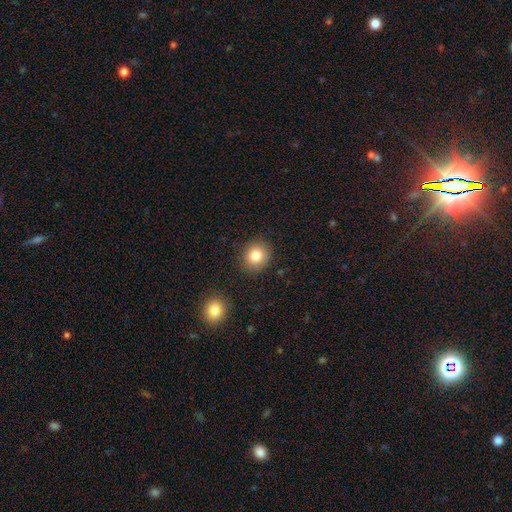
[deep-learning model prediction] smooth 83%, star or artifact 10%, featured or disk 8%. Down the decision tree: how rounded — round (76%); merging — none (87%).